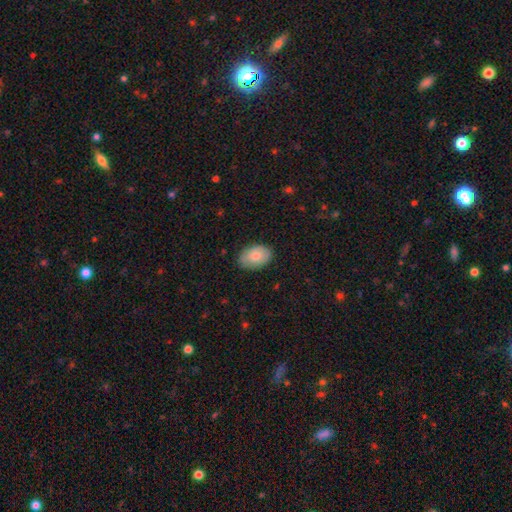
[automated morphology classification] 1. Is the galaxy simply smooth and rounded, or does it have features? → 79% smooth, 15% featured or disk, 6% star or artifact.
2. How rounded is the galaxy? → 87% in between, 12% round, 1% cigar-shaped.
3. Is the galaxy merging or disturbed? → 86% none, 11% minor disturbance, 2% major disturbance, 1% merger.